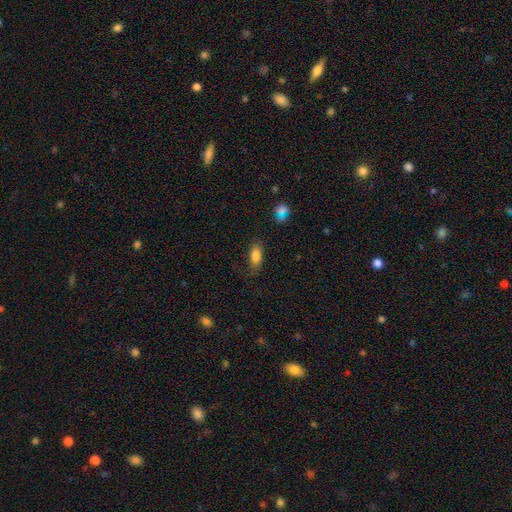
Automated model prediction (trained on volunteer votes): This appears to be a smooth galaxy with no disk features (83%) that is in between round and cigar-shaped (86%). Merging: none (75%).